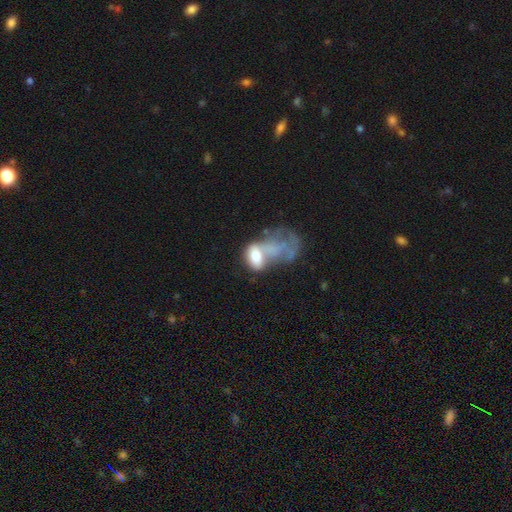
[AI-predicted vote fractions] Smooth or featured? smooth (57%)
How rounded? in between (83%)
Merging? major disturbance (44%)